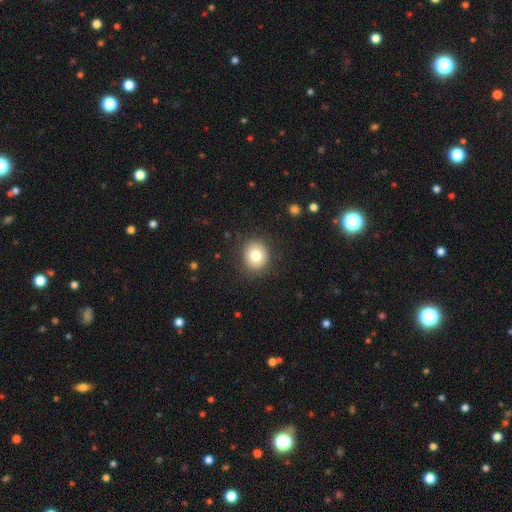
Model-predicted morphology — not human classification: Q: Smooth or featured?
A: smooth (79%); runner-up: featured or disk (12%)
Q: How rounded?
A: round (80%); runner-up: in between (19%)
Q: Merging?
A: none (88%); runner-up: minor disturbance (8%)